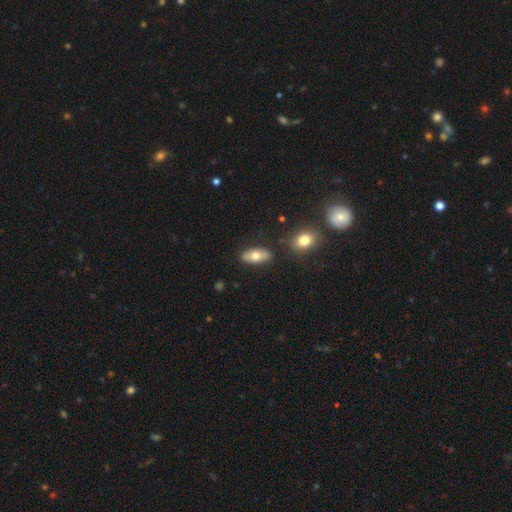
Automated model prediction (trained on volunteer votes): The model was most divided on "smooth or featured": smooth: 66%, featured or disk: 27%, star or artifact: 6%. More confident: how rounded — in between (86%); merging — none (82%).